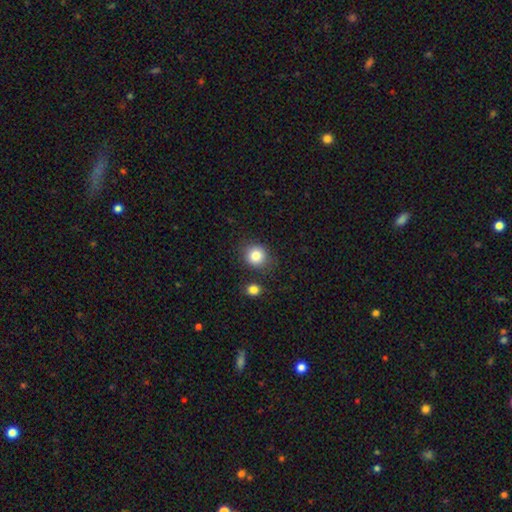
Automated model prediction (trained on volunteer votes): smooth_or_featured: smooth (p=0.83) [alt: star or artifact p=0.10]
how_rounded: round (p=0.83) [alt: in between p=0.16]
merging: none (p=0.81) [alt: minor disturbance p=0.11]